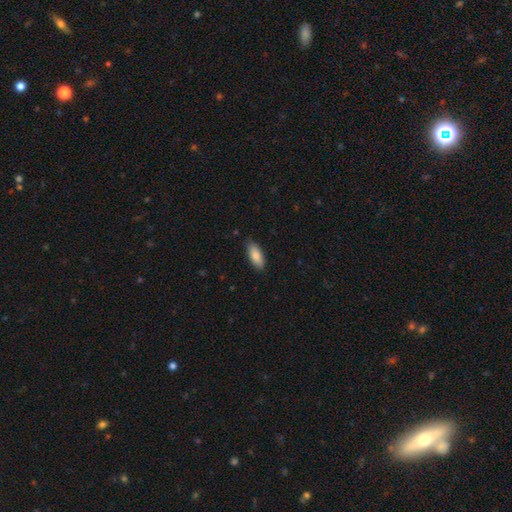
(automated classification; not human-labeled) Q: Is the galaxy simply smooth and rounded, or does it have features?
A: smooth — 87%.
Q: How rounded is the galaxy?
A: in between — 81%.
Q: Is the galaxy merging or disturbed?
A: none — 83%.